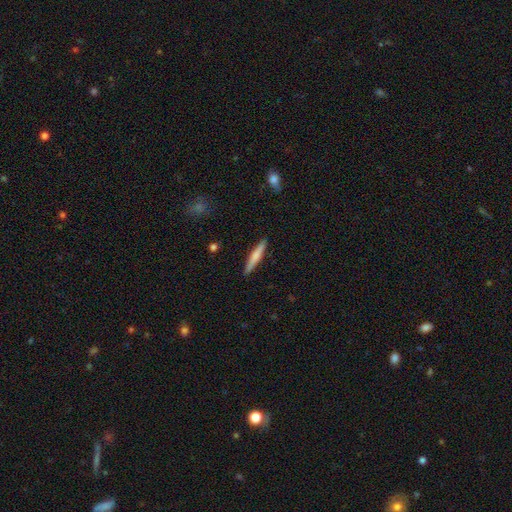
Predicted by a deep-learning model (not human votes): A smooth galaxy with no disk features (59%) that is cigar-shaped (93%).

Vote fractions:
- Smooth or featured? smooth: 59% / featured or disk: 35% / star or artifact: 6%
- How rounded? cigar-shaped: 93% / in between: 5% / round: 1%
- Merging? none: 90% / minor disturbance: 7% / major disturbance: 2% / merger: 1%